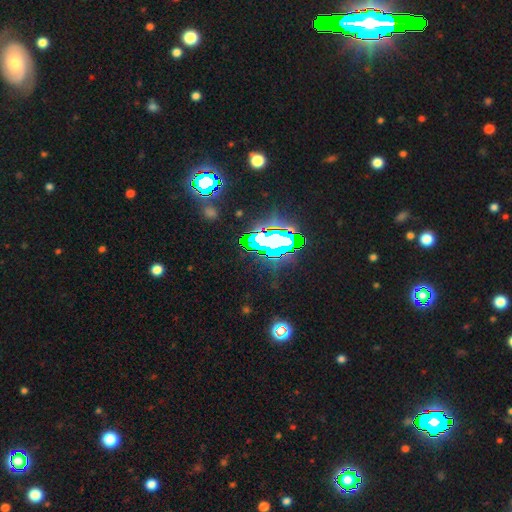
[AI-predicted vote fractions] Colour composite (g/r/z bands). It shows a star or artifact, not a galaxy (78%).